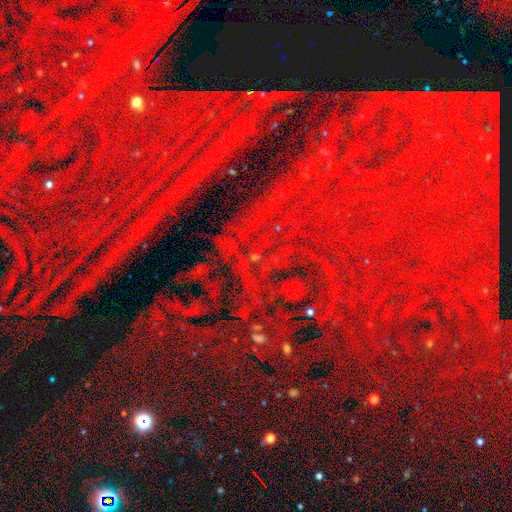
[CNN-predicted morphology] Q: Smooth or featured?
A: star or artifact (87%); runner-up: featured or disk (7%)